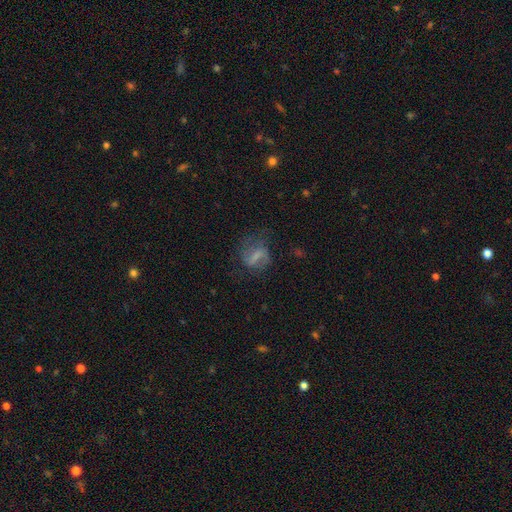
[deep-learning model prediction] Overall: featured or disk (52%; smooth 37%). Edge-on disk: no (95%). Merging: none (54%; minor disturbance 22%).